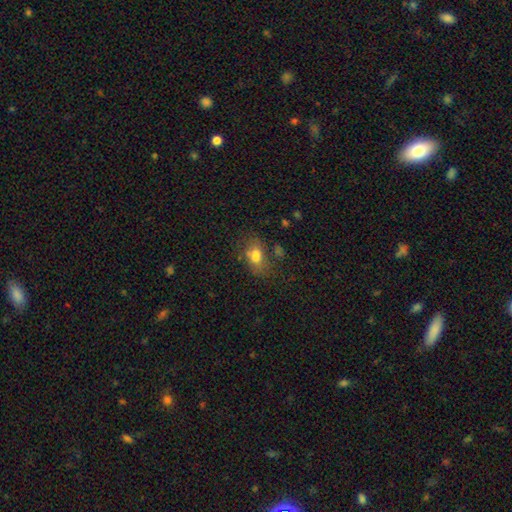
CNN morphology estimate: type=smooth (72%); roundness=in between (80%); merging=none (54%).